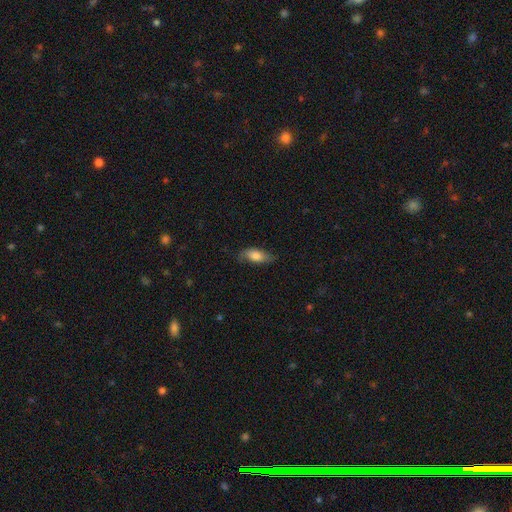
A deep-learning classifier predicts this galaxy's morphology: smooth-or-featured: smooth: 73% | featured or disk: 20% | star or artifact: 7%
  how-rounded: in between: 84% | cigar-shaped: 12% | round: 3%
  merging: none: 66% | minor disturbance: 26% | major disturbance: 7% | merger: 1%